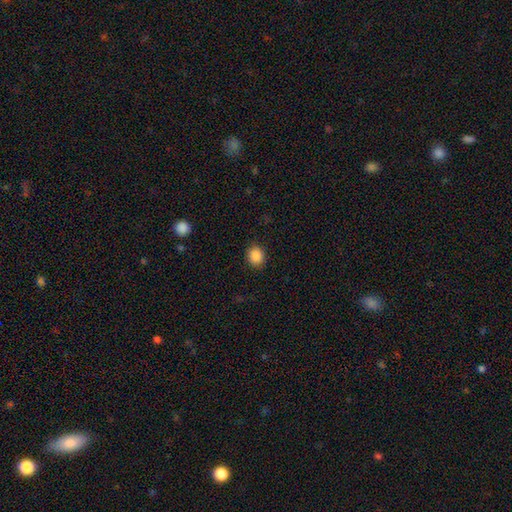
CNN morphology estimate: Smooth or featured? Predicted: smooth (p=0.88). How rounded? Predicted: round (p=0.78). Merging? Predicted: none (p=0.90).